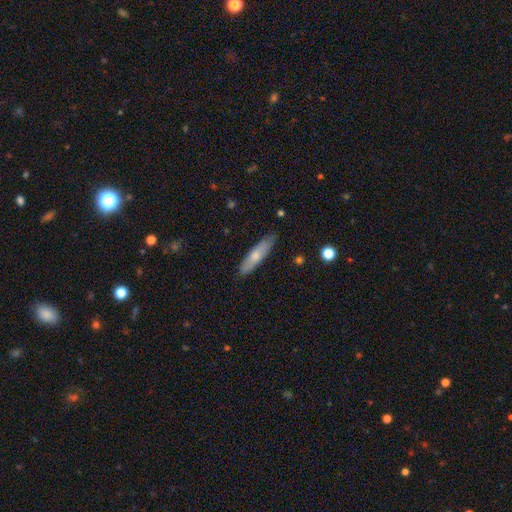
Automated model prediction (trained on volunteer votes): smooth 64%, featured or disk 30%, star or artifact 6%. Down the decision tree: how rounded — cigar-shaped (76%); merging — none (85%).